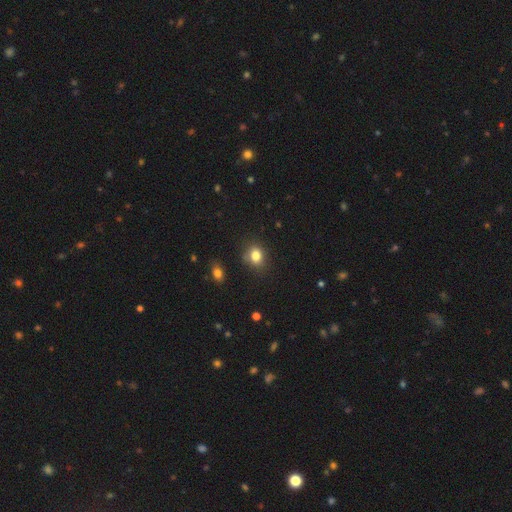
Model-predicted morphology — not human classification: This appears to be a smooth galaxy with no disk features (82%) that is round (56%). Merging: none (78%).